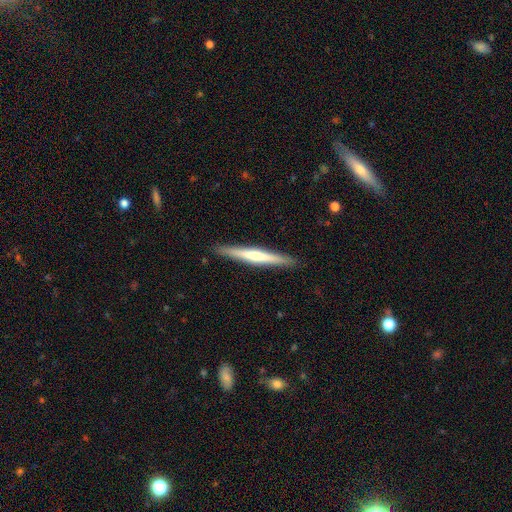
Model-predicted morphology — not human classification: The model was most divided on "edge-on bulge": rounded: 47%, none: 41%, boxy: 12%. More confident: edge-on disk — yes (97%); merging — none (91%); smooth or featured — featured or disk (54%).